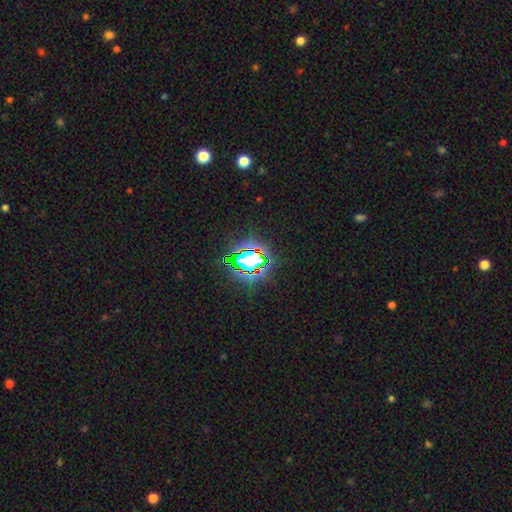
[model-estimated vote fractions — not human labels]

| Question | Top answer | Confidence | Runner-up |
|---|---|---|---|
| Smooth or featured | star or artifact | 73% | smooth (16%) |